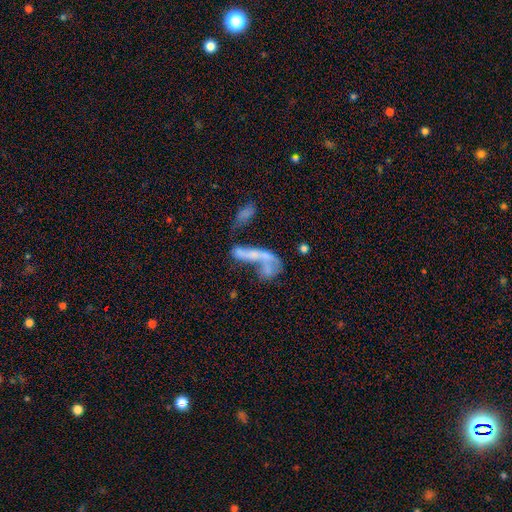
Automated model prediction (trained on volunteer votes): featured or disk 48%, smooth 37%, star or artifact 15%. Down the decision tree: merging — merger (56%).